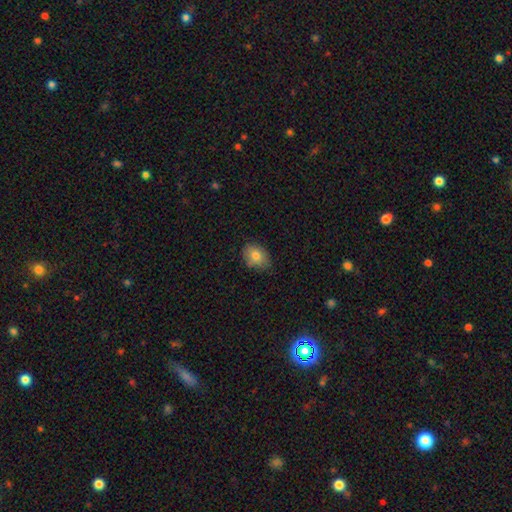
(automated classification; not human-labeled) Smooth or featured? smooth (79%)
How rounded? in between (70%)
Merging? none (72%)